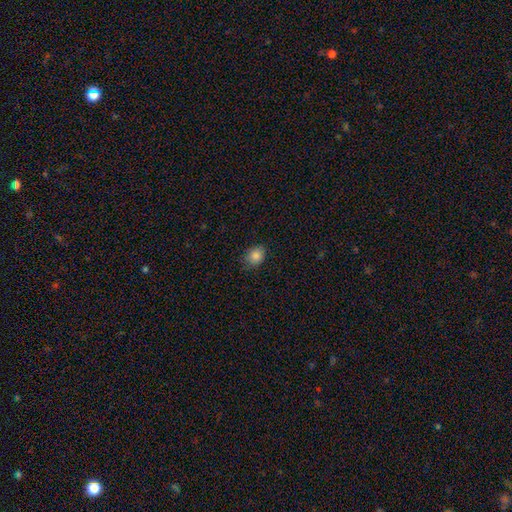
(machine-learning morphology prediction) This is clearly a smooth galaxy (85%). How rounded: possibly in between (54%). Merging: likely none (79%).